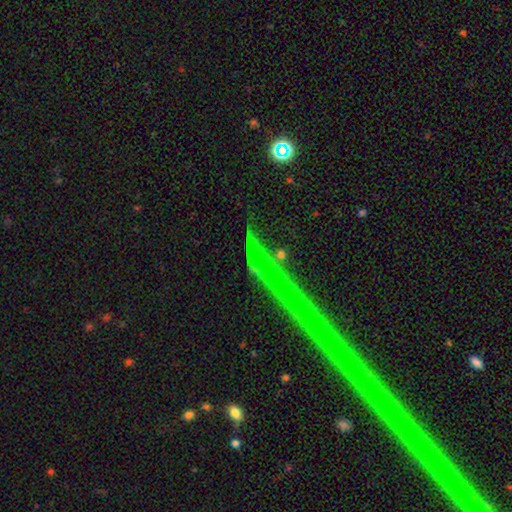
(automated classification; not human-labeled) smooth-or-featured: star or artifact: 71% | featured or disk: 18% | smooth: 12%